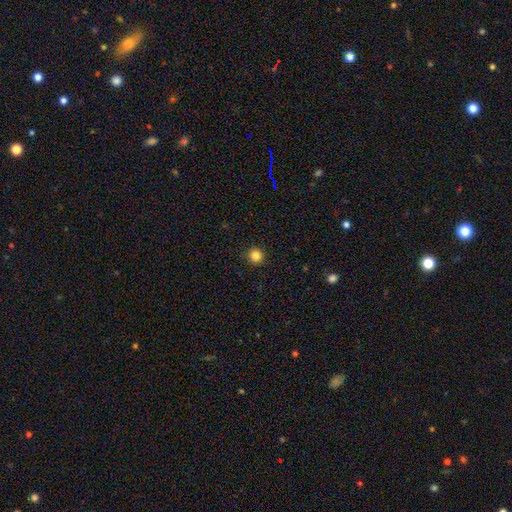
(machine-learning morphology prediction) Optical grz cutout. It shows a smooth galaxy with no disk features (84%) that is round (95%). Merging: none (93%).